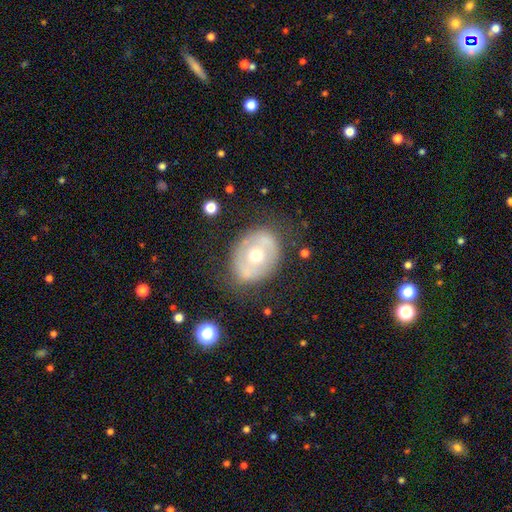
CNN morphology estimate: type=featured or disk (56%); edge-on=no (94%); bar=no (65%); spiral arms=no (79%); bulge=moderate (63%); merging=none (72%).